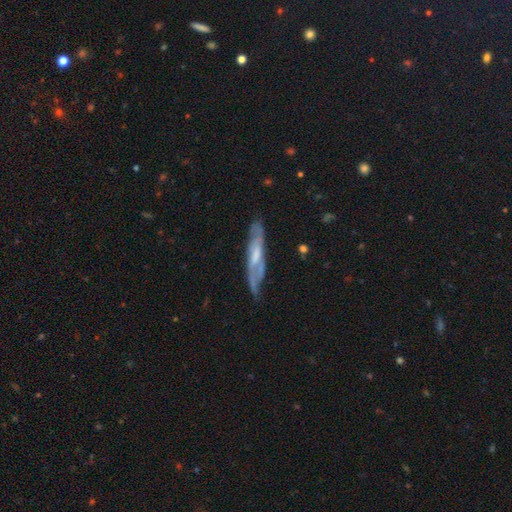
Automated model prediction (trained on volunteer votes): Smooth or featured? featured or disk (68%)
Edge-on disk? no (53%)
Merging? none (67%)